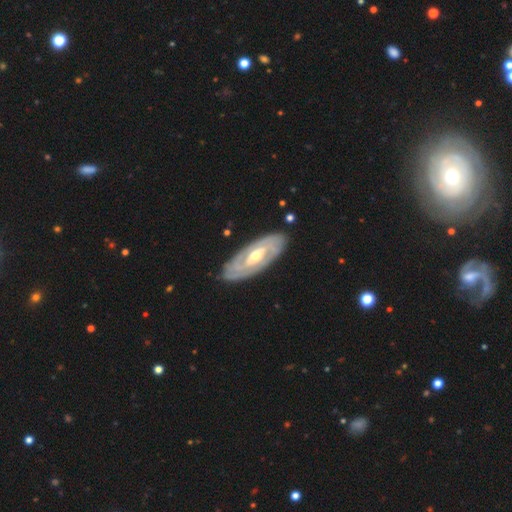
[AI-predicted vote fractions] Smooth or featured: featured or disk — 84% (smooth — 12%)
Edge-on disk: no — 88% (yes — 12%)
Bar: weak — 40% (no — 35%)
Spiral arms: yes — 87% (no — 13%)
Spiral winding: tight — 76% (medium — 19%)
Spiral arm count: 2 — 41% (can't tell — 36%)
Bulge size: moderate — 68% (small — 26%)
Merging: none — 85% (minor disturbance — 11%)